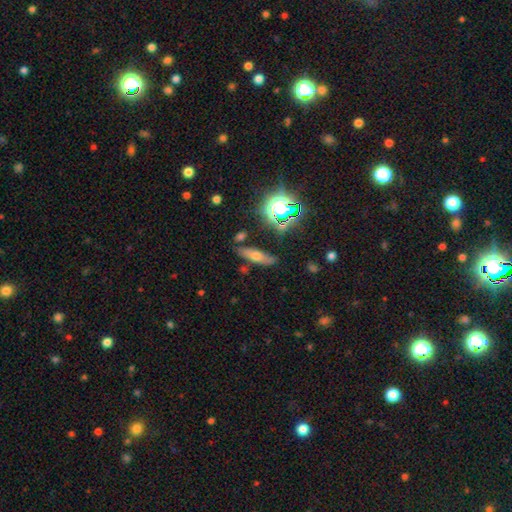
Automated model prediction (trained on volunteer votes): Q: Smooth or featured?
A: smooth (54%); runner-up: featured or disk (29%)
Q: How rounded?
A: cigar-shaped (56%); runner-up: in between (38%)
Q: Merging?
A: none (77%); runner-up: minor disturbance (14%)